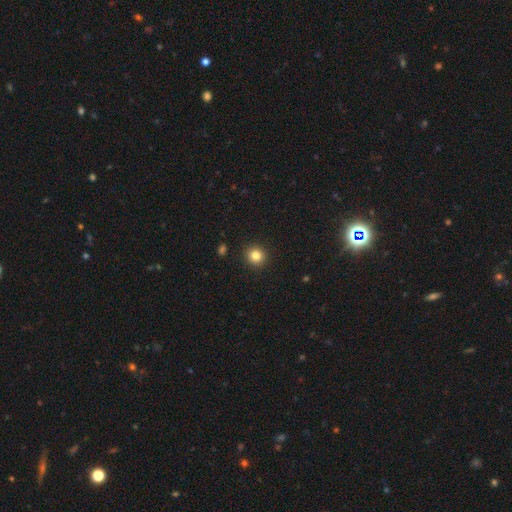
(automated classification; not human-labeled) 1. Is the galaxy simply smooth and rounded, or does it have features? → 83% smooth, 11% star or artifact, 6% featured or disk.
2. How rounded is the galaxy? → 92% round, 7% in between, 1% cigar-shaped.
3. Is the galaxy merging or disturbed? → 92% none, 5% minor disturbance, 2% major disturbance, 1% merger.